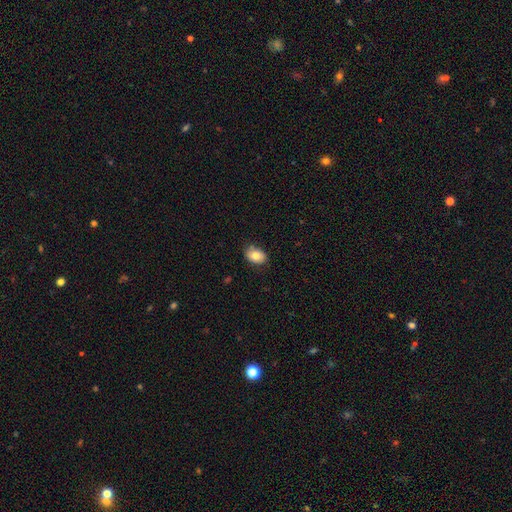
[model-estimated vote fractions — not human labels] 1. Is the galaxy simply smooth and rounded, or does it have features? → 77% smooth, 15% featured or disk, 8% star or artifact.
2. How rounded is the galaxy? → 79% in between, 20% round, 1% cigar-shaped.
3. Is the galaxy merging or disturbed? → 79% none, 17% minor disturbance, 3% major disturbance, 1% merger.